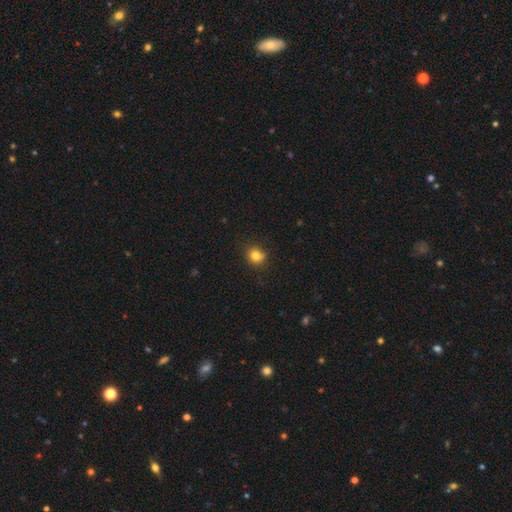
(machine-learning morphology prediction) The model was most divided on "merging": none: 74%, minor disturbance: 15%, merger: 7%, major disturbance: 4%. More confident: how rounded — round (82%); smooth or featured — smooth (80%).